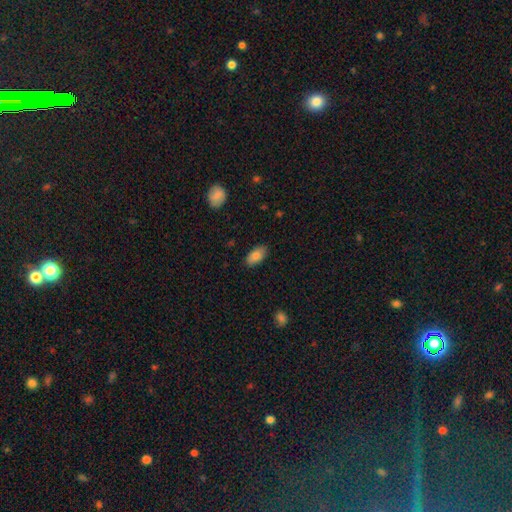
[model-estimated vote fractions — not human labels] smooth_or_featured: smooth (p=0.83) [alt: featured or disk p=0.10]
how_rounded: in between (p=0.94) [alt: round p=0.03]
merging: none (p=0.87) [alt: minor disturbance p=0.10]